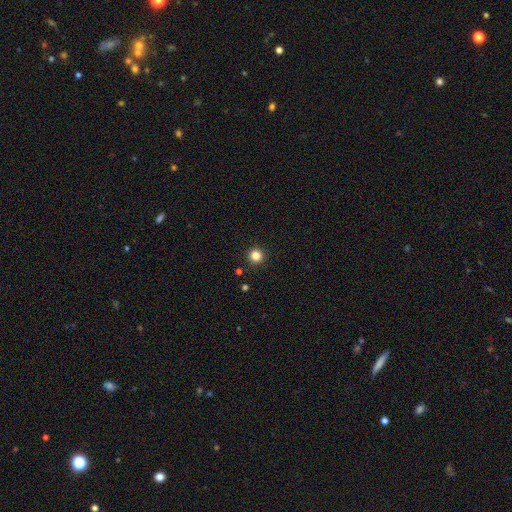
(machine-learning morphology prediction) A smooth galaxy with no disk features (82%) that is round (96%). Merging: none (93%).